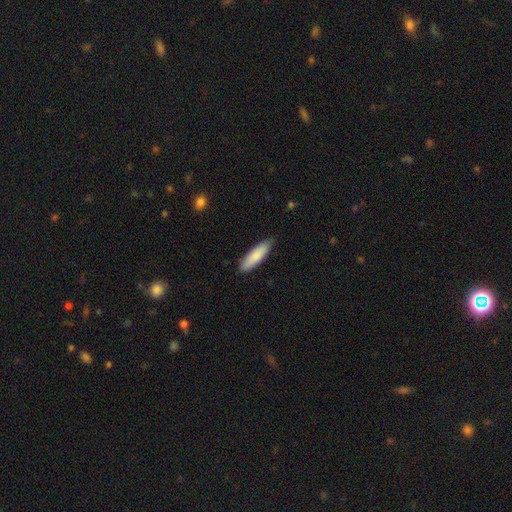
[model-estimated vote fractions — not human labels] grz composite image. It shows a smooth galaxy with no disk features (84%) that is cigar-shaped (59%). Merging: none (86%).